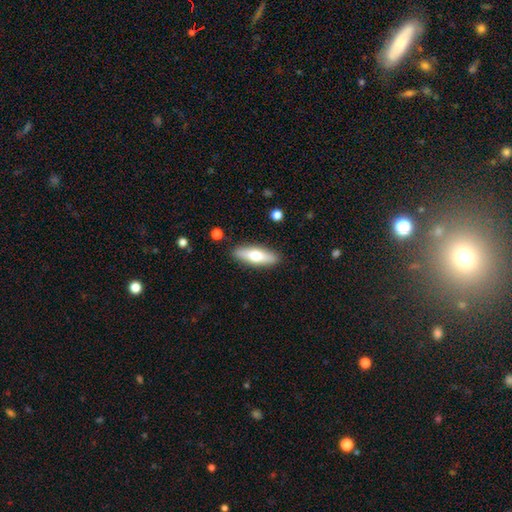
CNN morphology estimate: Q: Smooth or featured?
A: smooth (62%); runner-up: featured or disk (32%)
Q: How rounded?
A: cigar-shaped (52%); runner-up: in between (46%)
Q: Merging?
A: none (88%); runner-up: minor disturbance (8%)